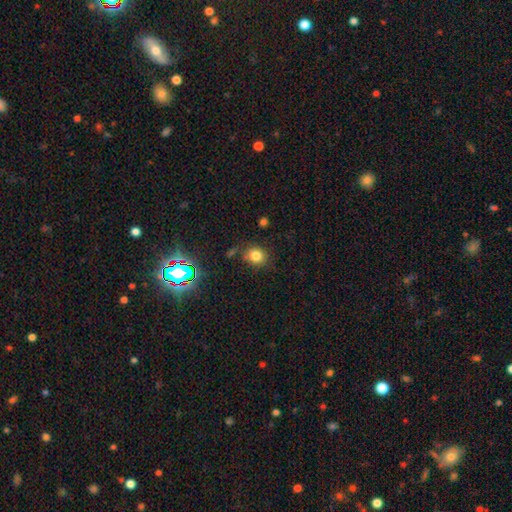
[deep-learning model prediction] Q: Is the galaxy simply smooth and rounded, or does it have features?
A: smooth — 79%.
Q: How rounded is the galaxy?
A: round — 71%.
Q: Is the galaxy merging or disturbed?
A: none — 76%.